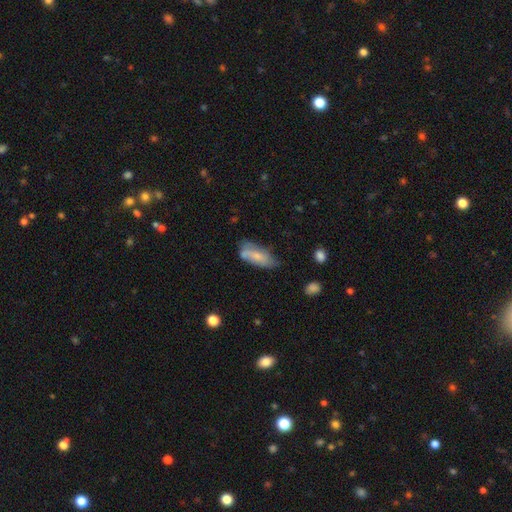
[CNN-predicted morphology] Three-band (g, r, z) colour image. It shows a smooth galaxy with no disk features (65%) that is in between round and cigar-shaped (80%). Merging: none (45%).